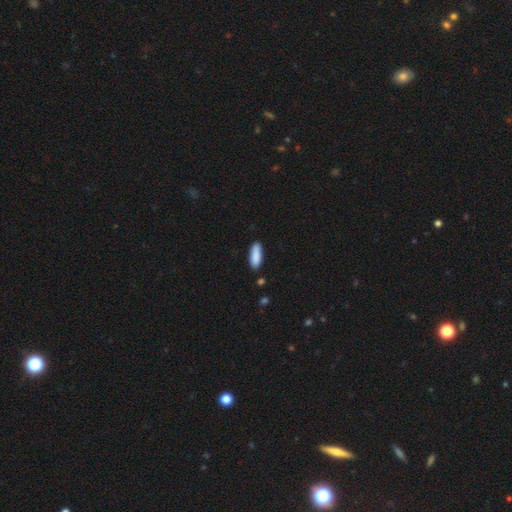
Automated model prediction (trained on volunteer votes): A smooth galaxy with no disk features (89%) that is in between round and cigar-shaped (55%). Merging: none (85%).